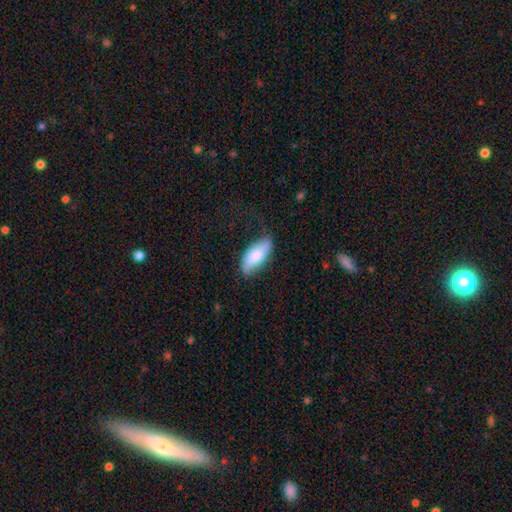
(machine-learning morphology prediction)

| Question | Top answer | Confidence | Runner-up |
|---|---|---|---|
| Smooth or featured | smooth | 76% | featured or disk (18%) |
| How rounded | in between | 83% | cigar-shaped (15%) |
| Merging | none | 61% | minor disturbance (29%) |